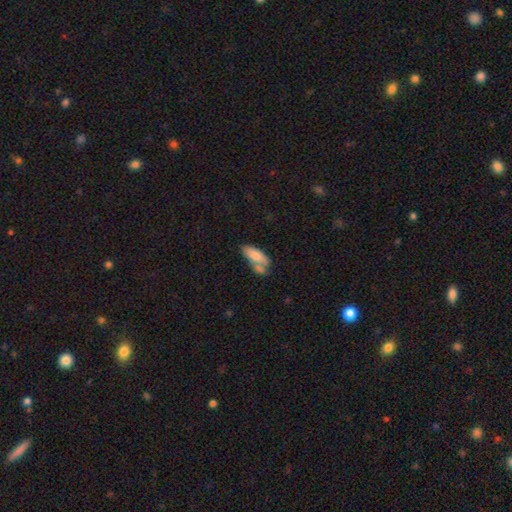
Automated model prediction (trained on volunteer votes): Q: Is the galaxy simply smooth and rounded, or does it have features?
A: smooth — 78%.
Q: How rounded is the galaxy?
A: in between — 77%.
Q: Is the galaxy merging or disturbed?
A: none — 40%.